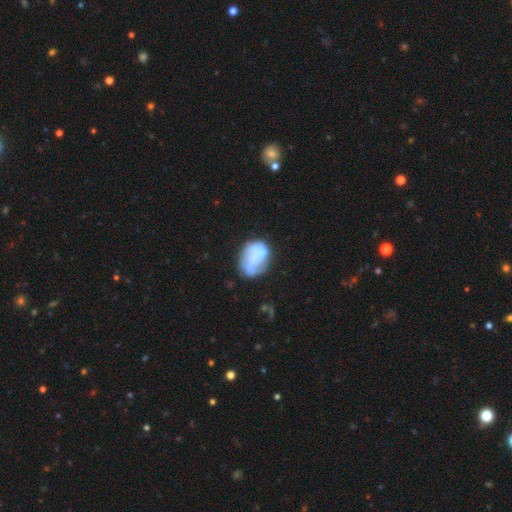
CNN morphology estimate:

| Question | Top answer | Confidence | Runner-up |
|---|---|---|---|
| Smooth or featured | smooth | 47% | featured or disk (44%) |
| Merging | none | 50% | minor disturbance (27%) |